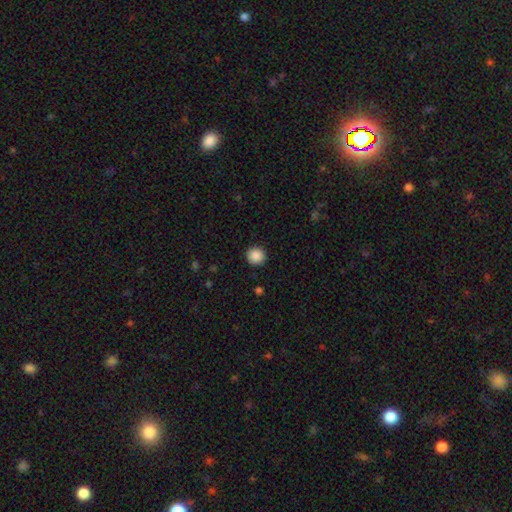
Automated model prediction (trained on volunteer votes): smooth-or-featured: smooth: 88% | star or artifact: 9% | featured or disk: 3%
  how-rounded: round: 94% | in between: 5% | cigar-shaped: 1%
  merging: none: 92% | minor disturbance: 5% | major disturbance: 2% | merger: 1%